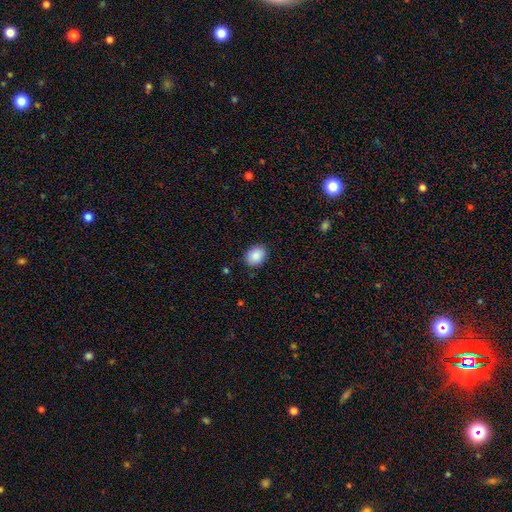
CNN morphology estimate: A smooth galaxy with no disk features (88%) that is in between round and cigar-shaped (60%). Merging: none (87%).